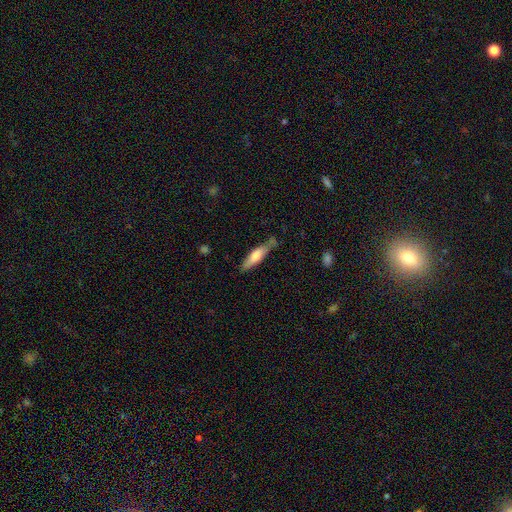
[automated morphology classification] Overall: smooth (60%; featured or disk 35%). How rounded: cigar-shaped (73%). Merging: none (68%).